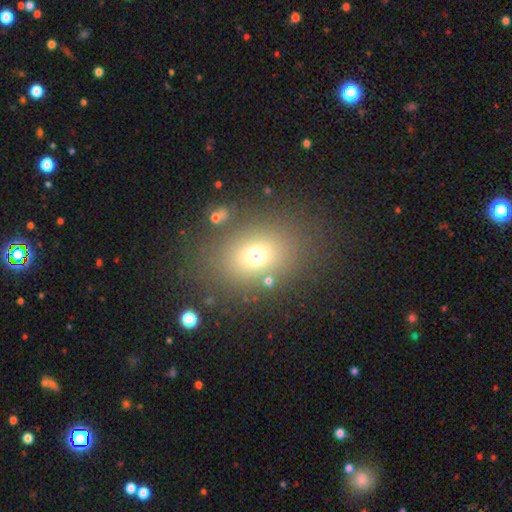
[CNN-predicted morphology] smooth-or-featured: smooth: 69% | star or artifact: 18% | featured or disk: 13%
  how-rounded: in between: 60% | round: 39% | cigar-shaped: 1%
  merging: none: 80% | minor disturbance: 10% | major disturbance: 6% | merger: 4%